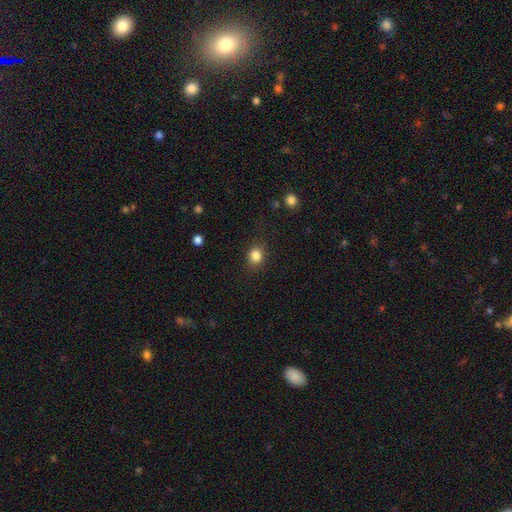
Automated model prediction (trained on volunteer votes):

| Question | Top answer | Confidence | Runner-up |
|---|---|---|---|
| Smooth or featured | smooth | 84% | star or artifact (11%) |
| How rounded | round | 73% | in between (26%) |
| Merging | none | 84% | minor disturbance (11%) |